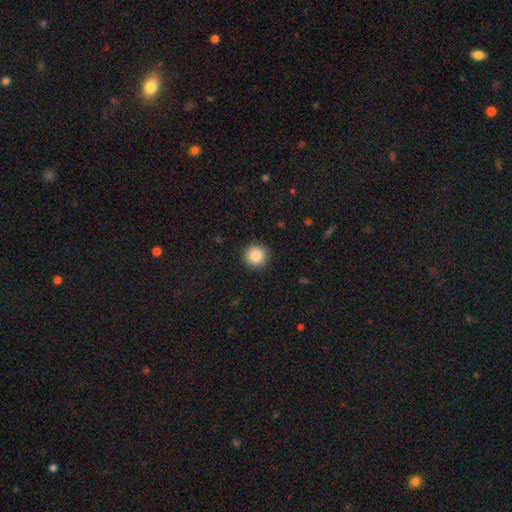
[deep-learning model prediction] Morphology: type=smooth (87%); roundness=round (95%); merging=none (91%).